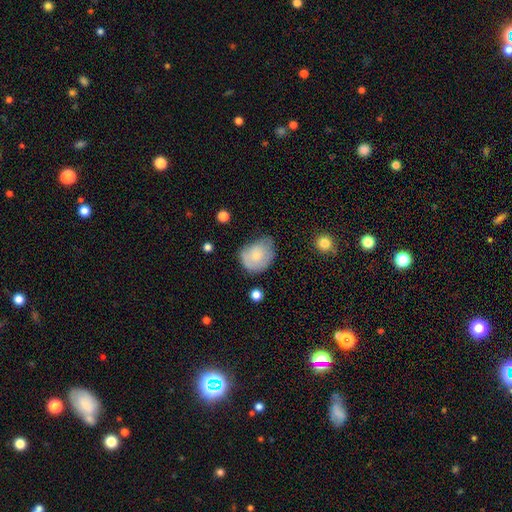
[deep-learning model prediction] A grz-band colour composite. It shows a smooth galaxy with no disk features (71%) that is in between round and cigar-shaped (50%). Merging: minor disturbance (46%).